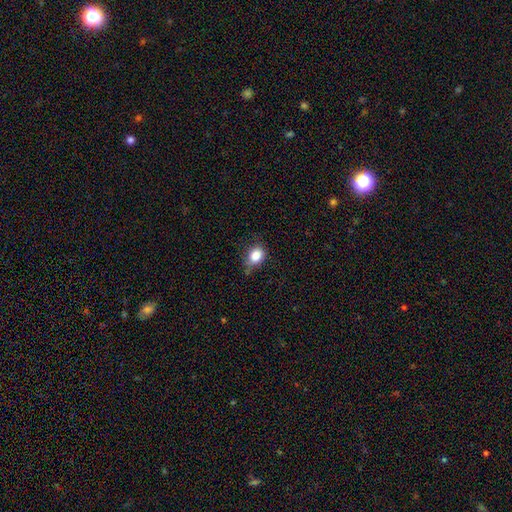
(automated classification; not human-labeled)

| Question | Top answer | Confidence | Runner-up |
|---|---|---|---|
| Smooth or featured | smooth | 83% | star or artifact (10%) |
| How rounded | in between | 52% | round (47%) |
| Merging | none | 60% | minor disturbance (31%) |